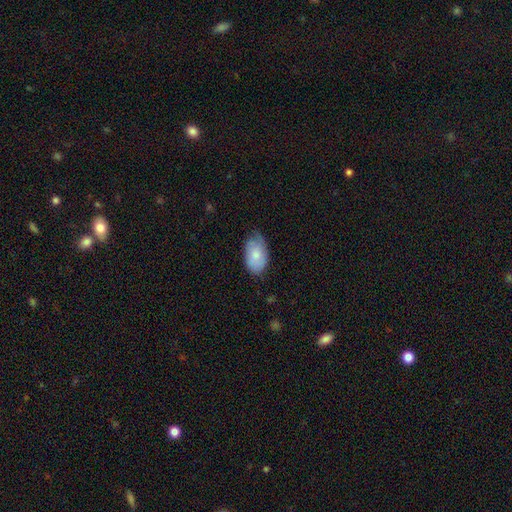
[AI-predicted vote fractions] Overall: smooth (76%). How rounded: in between (92%). Merging: none (56%; minor disturbance 36%).